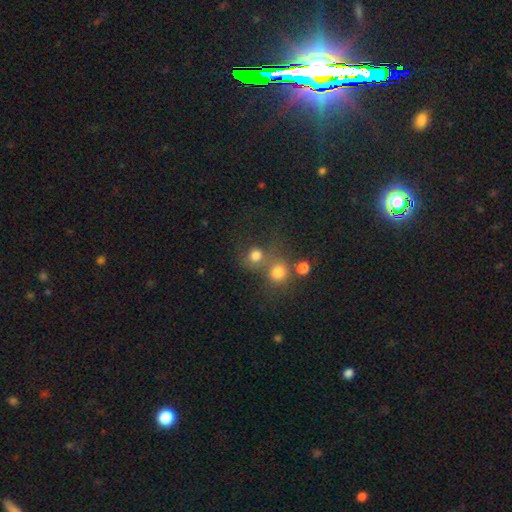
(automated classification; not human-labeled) This appears to be a smooth galaxy with no disk features (77%) that is round (83%). Merging: none (45%).